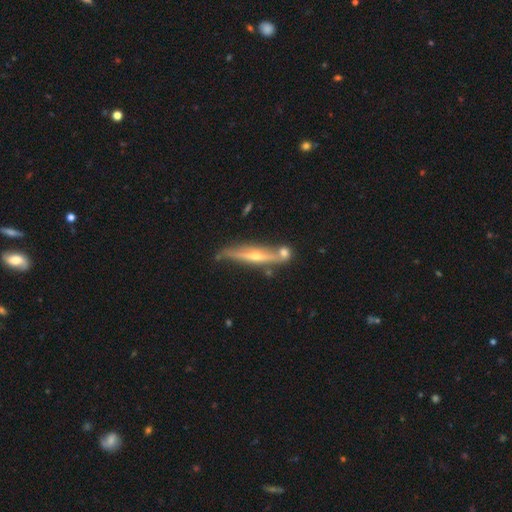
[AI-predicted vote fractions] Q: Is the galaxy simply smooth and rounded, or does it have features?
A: featured or disk — 76%.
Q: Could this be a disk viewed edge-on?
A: yes — 92%.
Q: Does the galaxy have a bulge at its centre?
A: rounded — 86%.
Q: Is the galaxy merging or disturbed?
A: none — 65%.